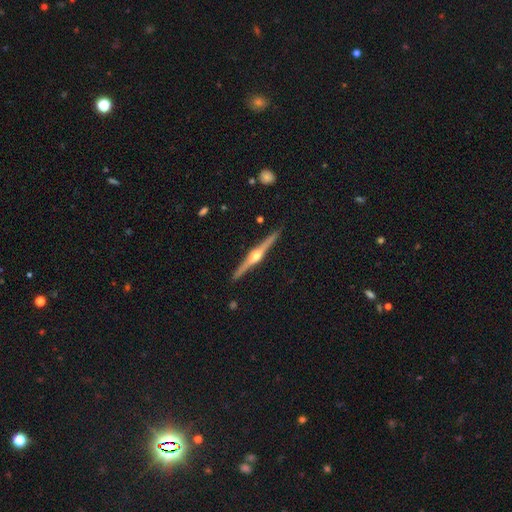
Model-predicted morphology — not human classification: This is clearly a featured or disk galaxy (85%). It is clearly viewed edge-on (99%). Edge-on bulge: clearly rounded (95%). Merging: clearly none (92%).